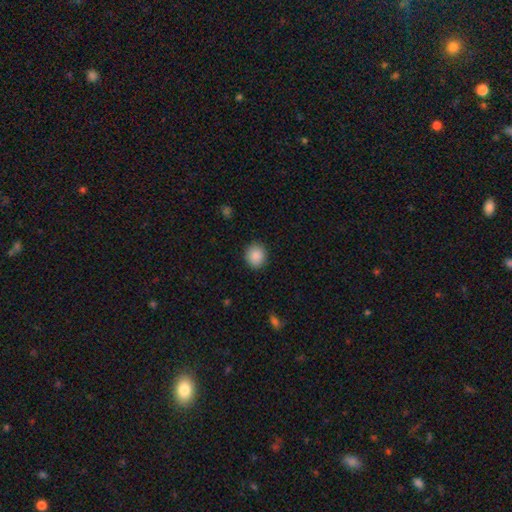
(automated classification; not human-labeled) The model was most divided on "how rounded": round: 80%, in between: 19%, cigar-shaped: 1%. More confident: merging — none (90%); smooth or featured — smooth (89%).